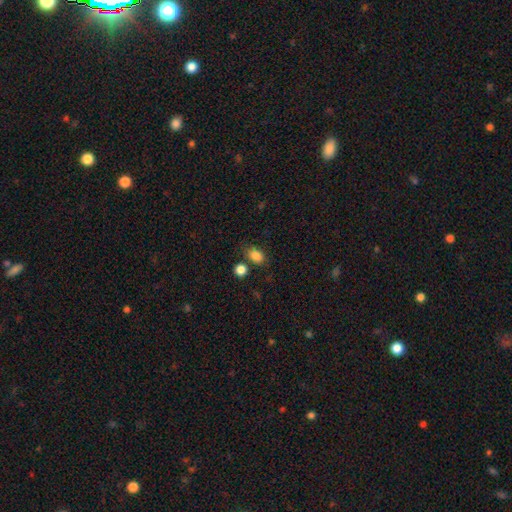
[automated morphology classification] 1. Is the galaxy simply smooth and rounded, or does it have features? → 85% smooth, 10% star or artifact, 5% featured or disk.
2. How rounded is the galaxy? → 76% in between, 23% round, 1% cigar-shaped.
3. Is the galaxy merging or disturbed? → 69% none, 16% minor disturbance, 10% merger, 5% major disturbance.